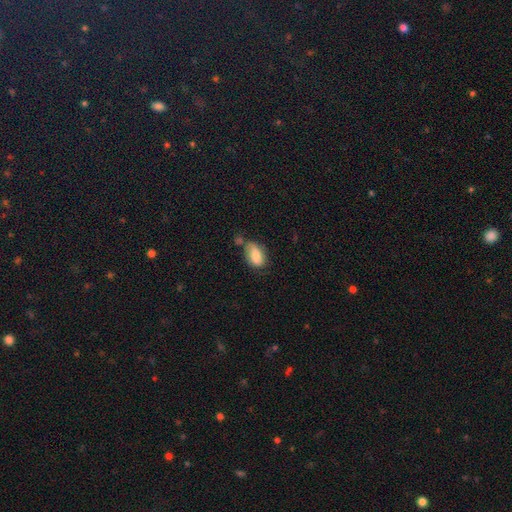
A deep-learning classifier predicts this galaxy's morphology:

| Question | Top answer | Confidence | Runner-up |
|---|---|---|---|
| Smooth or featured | smooth | 75% | featured or disk (17%) |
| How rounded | in between | 91% | round (6%) |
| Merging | none | 46% | minor disturbance (29%) |